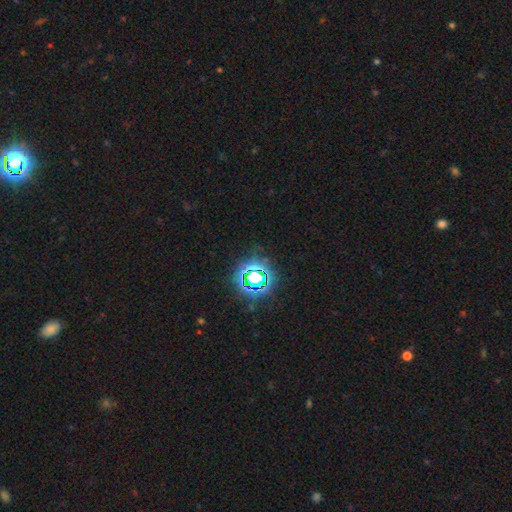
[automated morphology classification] This is clearly a star or artifact rather than a galaxy (80%).